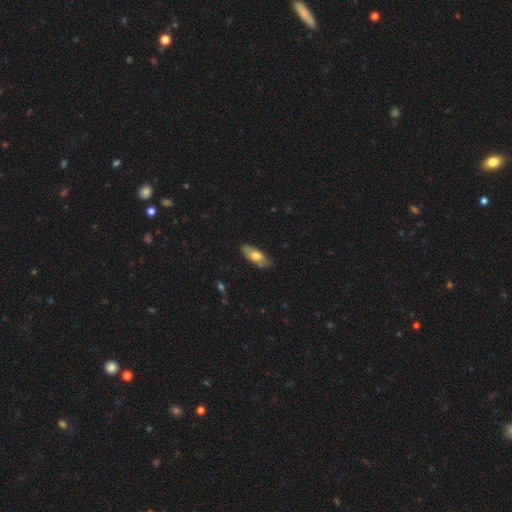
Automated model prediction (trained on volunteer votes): smooth 62%, featured or disk 32%, star or artifact 6%. Down the decision tree: how rounded — in between (80%); merging — none (78%).